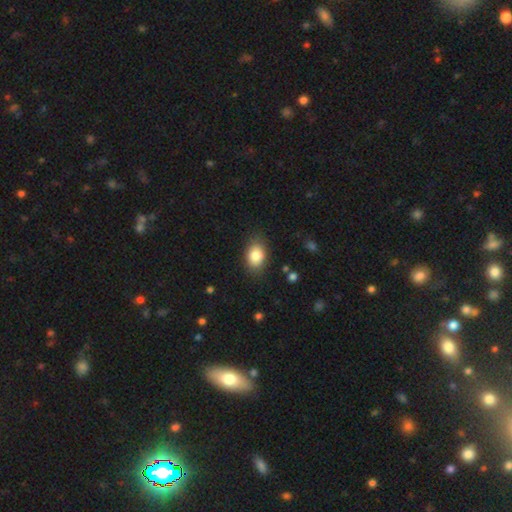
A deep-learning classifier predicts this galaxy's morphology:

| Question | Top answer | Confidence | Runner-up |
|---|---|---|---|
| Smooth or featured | smooth | 85% | star or artifact (8%) |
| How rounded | in between | 79% | round (20%) |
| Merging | none | 79% | minor disturbance (15%) |